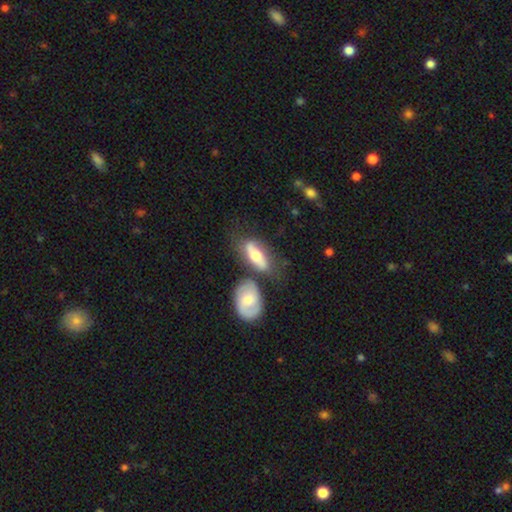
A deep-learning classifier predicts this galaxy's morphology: featured or disk 49%, smooth 44%, star or artifact 6%. Down the decision tree: merging — none (50%).